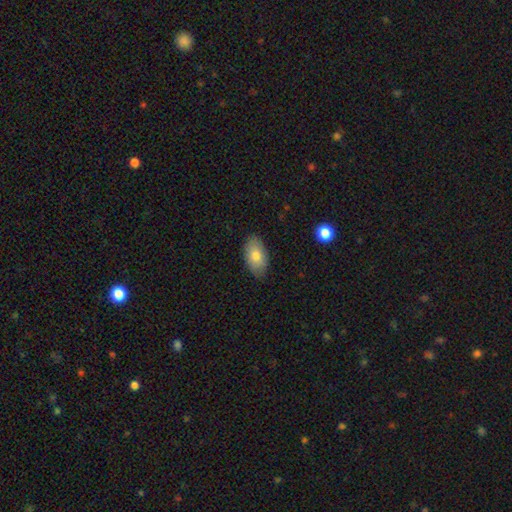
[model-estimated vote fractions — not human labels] Overall: smooth (78%). How rounded: in between (94%). Merging: none (84%).